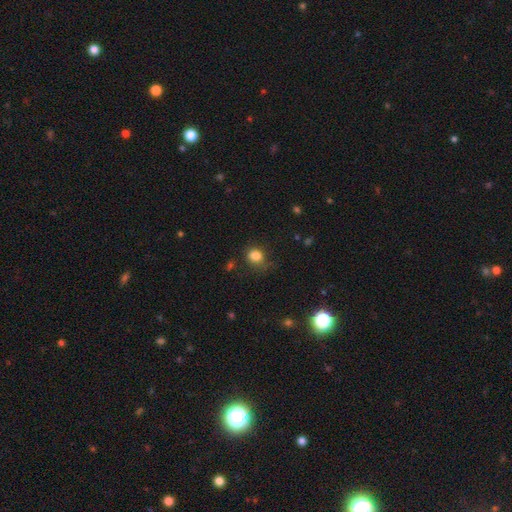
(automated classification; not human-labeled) Morphology: type=smooth (82%); roundness=round (63%); merging=none (62%).